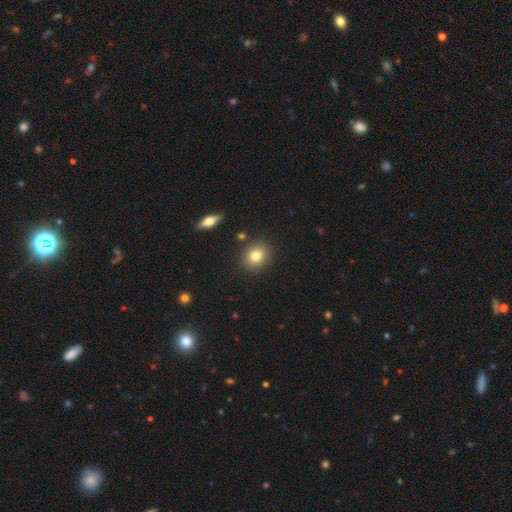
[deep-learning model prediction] Smooth or featured? Predicted: smooth (p=0.80). How rounded? Predicted: round (p=0.71). Merging? Predicted: none (p=0.87).